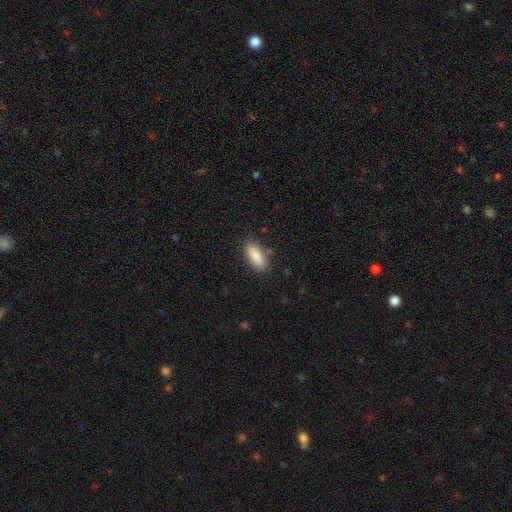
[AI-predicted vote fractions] Q: Smooth or featured?
A: smooth (88%); runner-up: star or artifact (6%)
Q: How rounded?
A: in between (78%); runner-up: cigar-shaped (20%)
Q: Merging?
A: none (84%); runner-up: minor disturbance (11%)